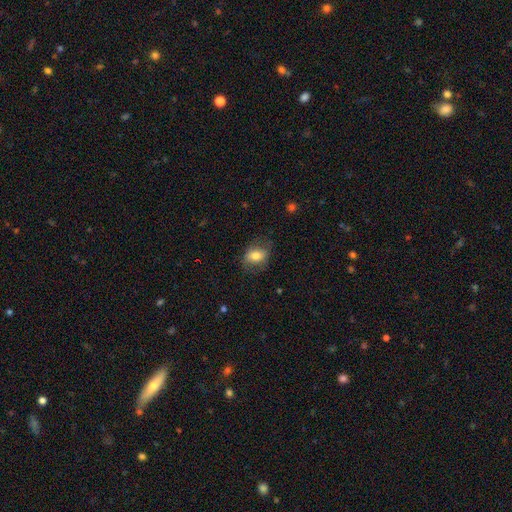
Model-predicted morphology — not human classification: Smooth or featured? Predicted: smooth (p=0.70). How rounded? Predicted: in between (p=0.72). Merging? Predicted: none (p=0.69).